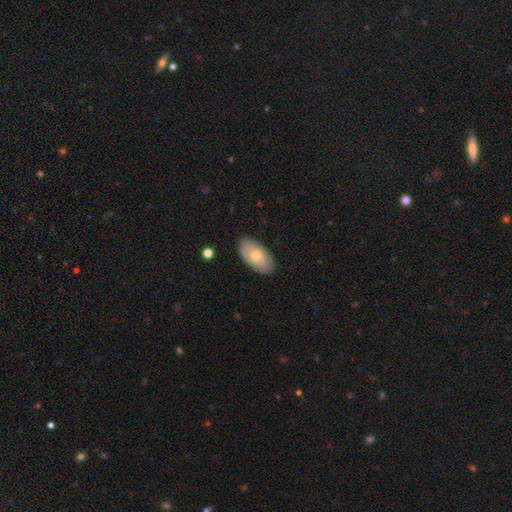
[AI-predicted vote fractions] Smooth or featured? Predicted: smooth (p=0.66). How rounded? Predicted: in between (p=0.94). Merging? Predicted: none (p=0.84).